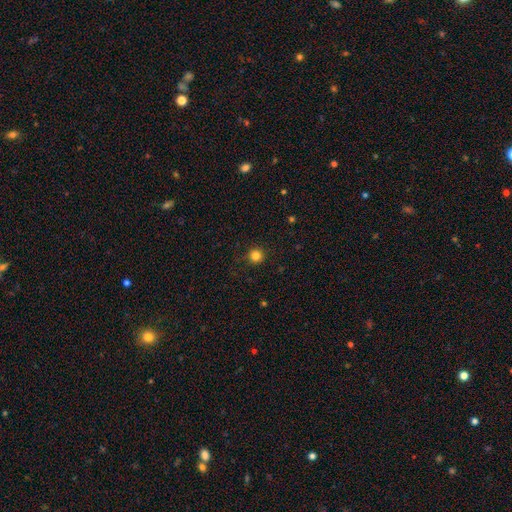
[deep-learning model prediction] smooth 83%, star or artifact 13%, featured or disk 4%. Down the decision tree: how rounded — round (95%); merging — none (90%).